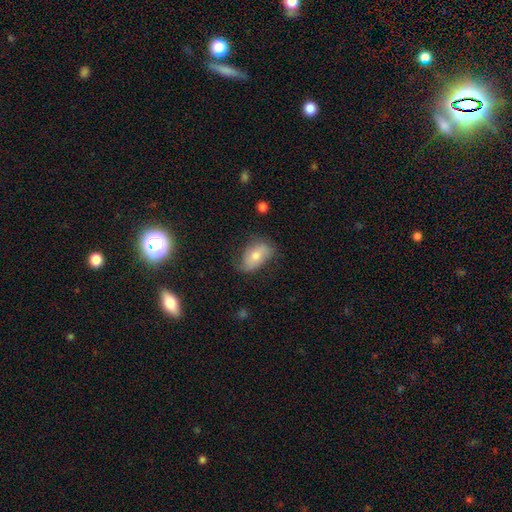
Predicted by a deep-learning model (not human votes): smooth_or_featured: smooth (p=0.56) [alt: featured or disk p=0.34]
how_rounded: in between (p=0.89) [alt: round p=0.08]
merging: none (p=0.61) [alt: minor disturbance p=0.28]